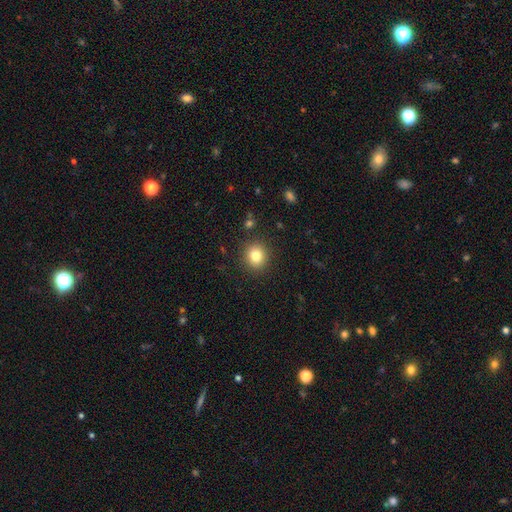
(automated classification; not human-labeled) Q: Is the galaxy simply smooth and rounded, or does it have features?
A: smooth — 82%.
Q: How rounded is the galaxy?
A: round — 81%.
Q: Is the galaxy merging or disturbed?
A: none — 89%.